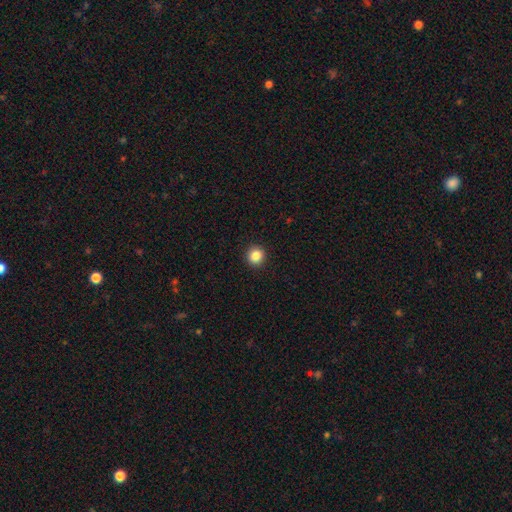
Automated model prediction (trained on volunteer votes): Q: Smooth or featured?
A: smooth (86%); runner-up: star or artifact (10%)
Q: How rounded?
A: round (89%); runner-up: in between (10%)
Q: Merging?
A: none (92%); runner-up: minor disturbance (5%)